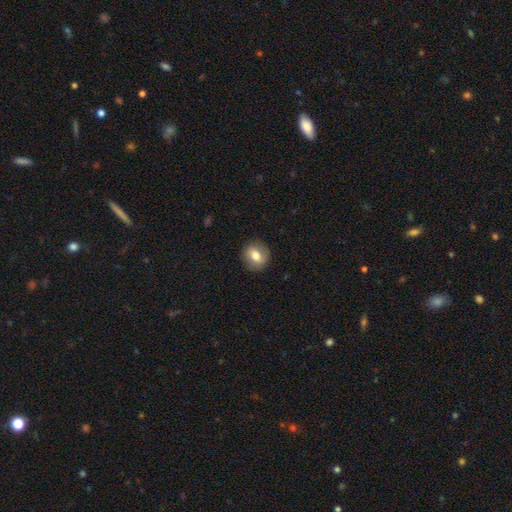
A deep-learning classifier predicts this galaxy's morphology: The model was most divided on "smooth or featured": smooth: 72%, featured or disk: 20%, star or artifact: 9%. More confident: merging — none (87%); how rounded — round (79%).